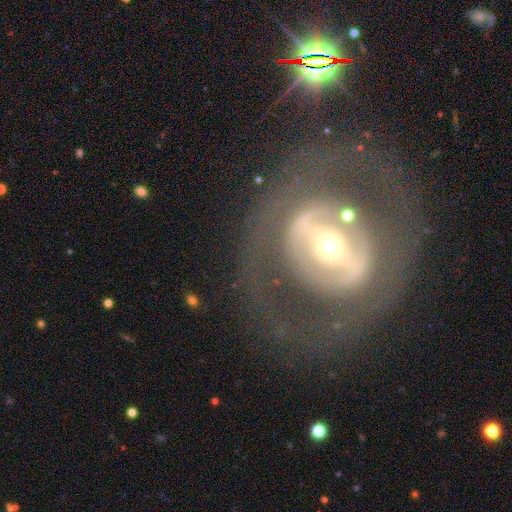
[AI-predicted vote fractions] Smooth or featured: featured or disk — 75% (smooth — 17%)
Edge-on disk: no — 92% (yes — 8%)
Bar: strong — 48% (weak — 27%)
Spiral arms: no — 67% (yes — 33%)
Bulge size: moderate — 45% (small — 43%)
Merging: none — 72% (major disturbance — 15%)